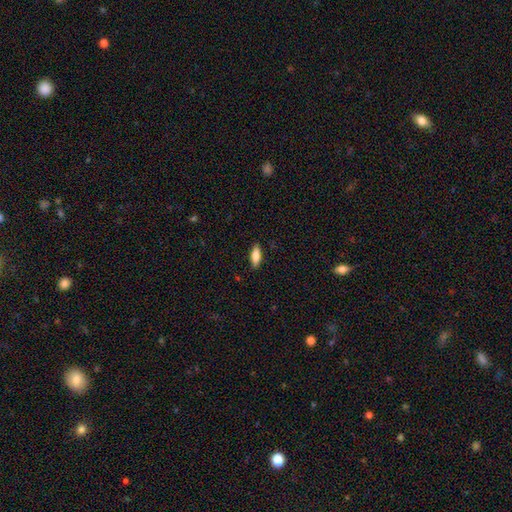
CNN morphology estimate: smooth 75%, featured or disk 19%, star or artifact 6%. Down the decision tree: how rounded — in between (68%); merging — none (89%).